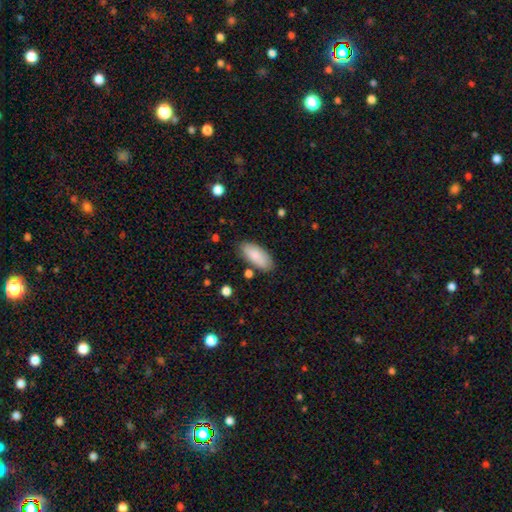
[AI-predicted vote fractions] Smooth or featured: smooth — 85% (featured or disk — 9%)
How rounded: in between — 88% (cigar-shaped — 10%)
Merging: none — 80% (minor disturbance — 14%)